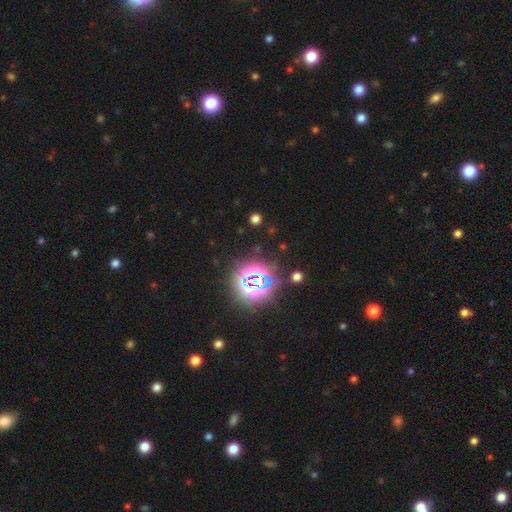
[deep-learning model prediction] Smooth or featured? star or artifact (80%)